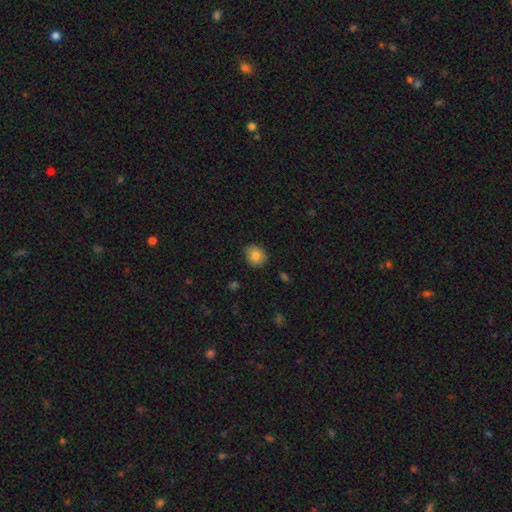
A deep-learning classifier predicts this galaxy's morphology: Smooth or featured? smooth (82%)
How rounded? round (74%)
Merging? none (87%)